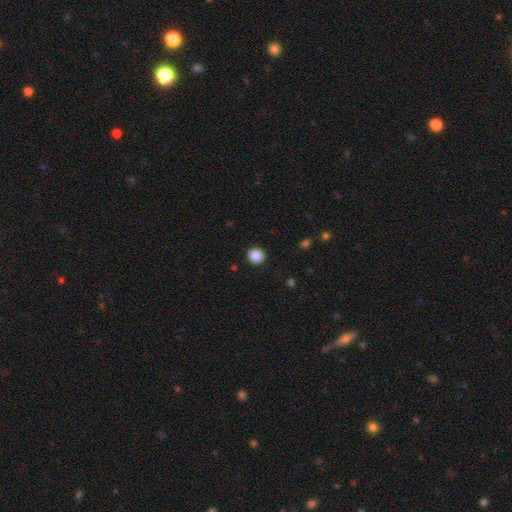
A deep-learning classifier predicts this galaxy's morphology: smooth_or_featured: smooth (p=0.88) [alt: star or artifact p=0.09]
how_rounded: round (p=0.90) [alt: in between p=0.09]
merging: none (p=0.91) [alt: minor disturbance p=0.06]